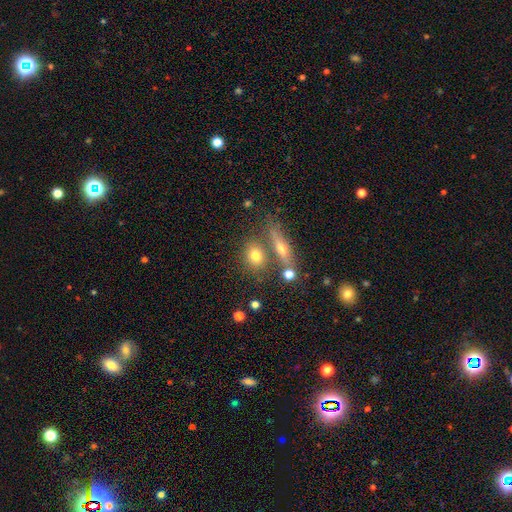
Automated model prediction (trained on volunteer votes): Morphology: type=smooth (69%); roundness=round (54%); merging=none (63%).